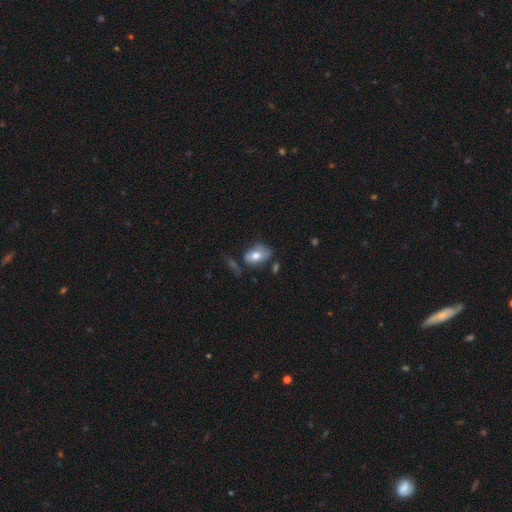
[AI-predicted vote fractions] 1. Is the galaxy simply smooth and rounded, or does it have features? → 69% smooth, 23% featured or disk, 8% star or artifact.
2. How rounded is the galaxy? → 85% in between, 13% round, 2% cigar-shaped.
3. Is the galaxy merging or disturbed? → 48% none, 29% minor disturbance, 15% major disturbance, 8% merger.